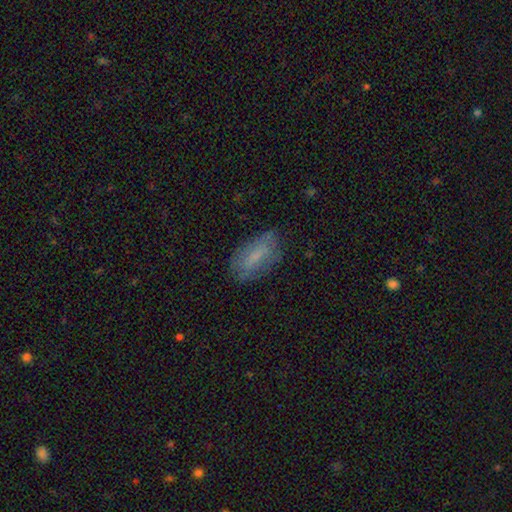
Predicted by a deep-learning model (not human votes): Overall: smooth (63%; featured or disk 29%). How rounded: in between (83%). Merging: none (72%).